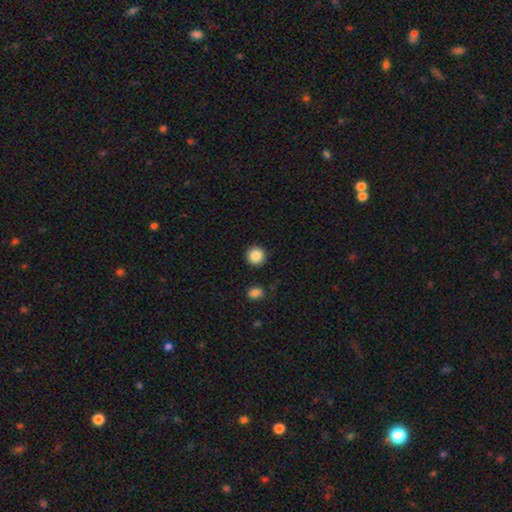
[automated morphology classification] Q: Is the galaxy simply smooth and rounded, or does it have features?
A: smooth — 87%.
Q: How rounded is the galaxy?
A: round — 95%.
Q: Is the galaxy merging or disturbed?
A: none — 91%.